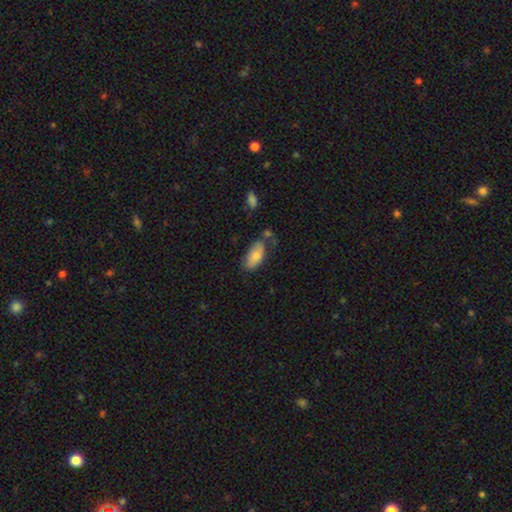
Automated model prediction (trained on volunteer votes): The model was most divided on "merging": none: 57%, minor disturbance: 25%, merger: 10%, major disturbance: 8%. More confident: how rounded — in between (92%); smooth or featured — smooth (77%).